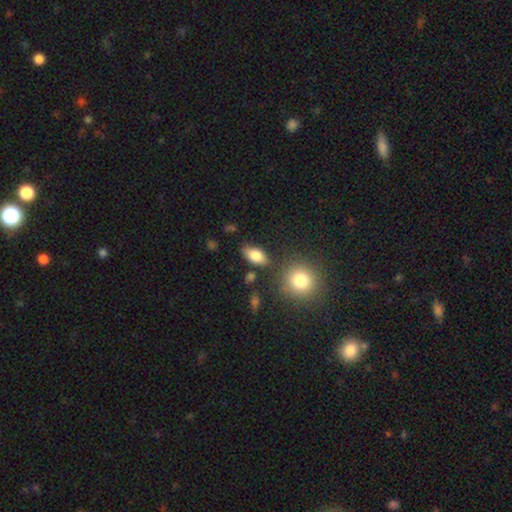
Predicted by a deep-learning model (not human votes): Smooth or featured?
  - smooth: 81% *
  - featured or disk: 10%
  - star or artifact: 8%
How rounded?
  - in between: 88% *
  - round: 8%
  - cigar-shaped: 4%
Merging?
  - none: 76% *
  - minor disturbance: 14%
  - merger: 5%
  - major disturbance: 4%